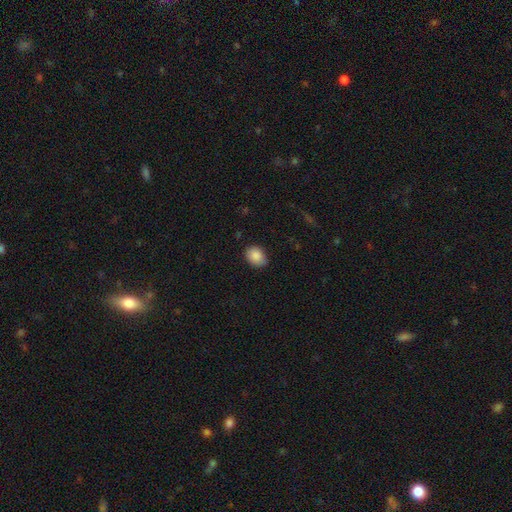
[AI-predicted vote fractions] Q: Smooth or featured?
A: smooth (88%); runner-up: star or artifact (8%)
Q: How rounded?
A: in between (61%); runner-up: round (38%)
Q: Merging?
A: none (81%); runner-up: minor disturbance (15%)